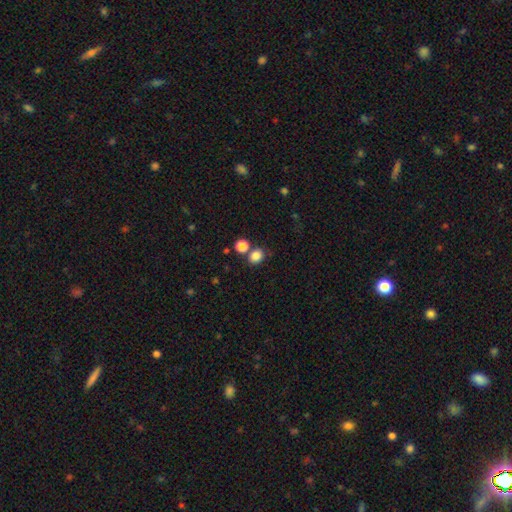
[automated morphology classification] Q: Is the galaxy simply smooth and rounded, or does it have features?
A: smooth — 84%.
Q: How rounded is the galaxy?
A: round — 60%.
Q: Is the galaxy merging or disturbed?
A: none — 69%.